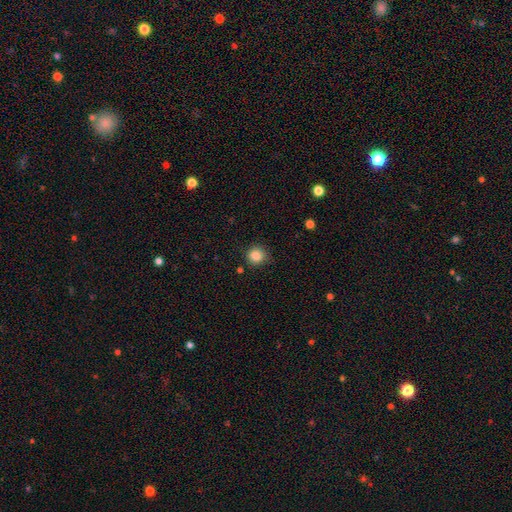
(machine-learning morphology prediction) A smooth galaxy with no disk features (84%) that is round (90%).

Vote fractions:
- Smooth or featured? smooth: 84% / star or artifact: 11% / featured or disk: 5%
- How rounded? round: 90% / in between: 9% / cigar-shaped: 1%
- Merging? none: 85% / minor disturbance: 11% / major disturbance: 3% / merger: 2%